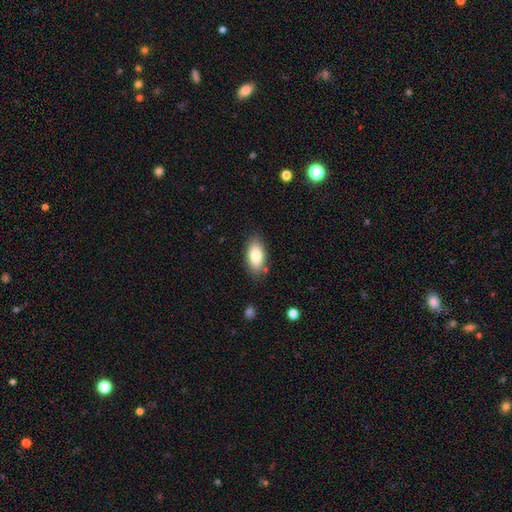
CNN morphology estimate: Q: Smooth or featured?
A: smooth (81%); runner-up: featured or disk (12%)
Q: How rounded?
A: in between (91%); runner-up: cigar-shaped (5%)
Q: Merging?
A: none (81%); runner-up: minor disturbance (13%)